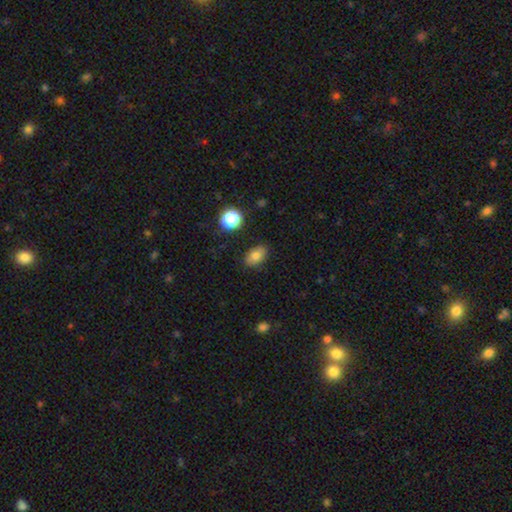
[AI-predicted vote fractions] Morphology: type=smooth (79%); roundness=in between (84%); merging=none (84%).